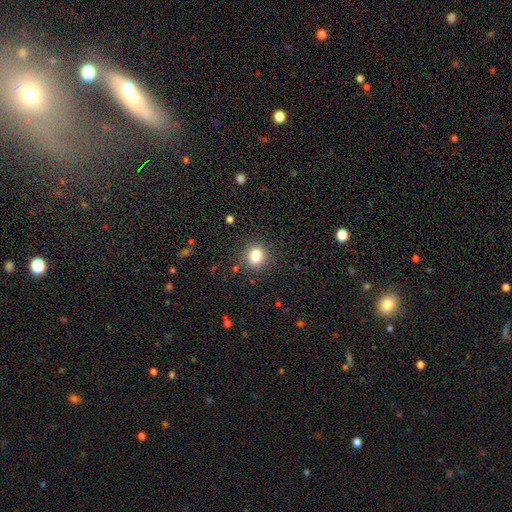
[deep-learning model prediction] Q: Smooth or featured?
A: smooth (81%); runner-up: star or artifact (12%)
Q: How rounded?
A: round (79%); runner-up: in between (20%)
Q: Merging?
A: none (88%); runner-up: minor disturbance (8%)